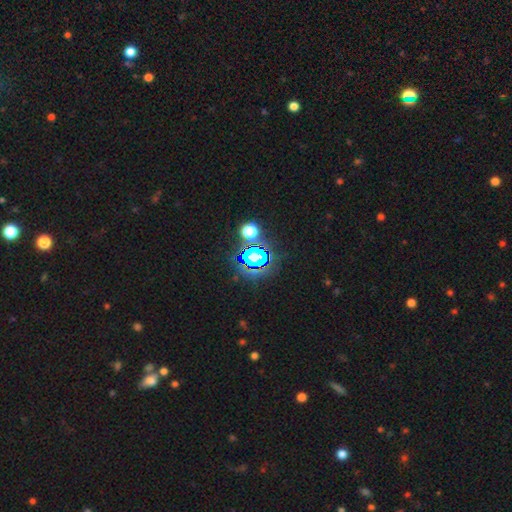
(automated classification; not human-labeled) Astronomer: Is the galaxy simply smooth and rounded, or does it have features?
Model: star or artifact — 77%.